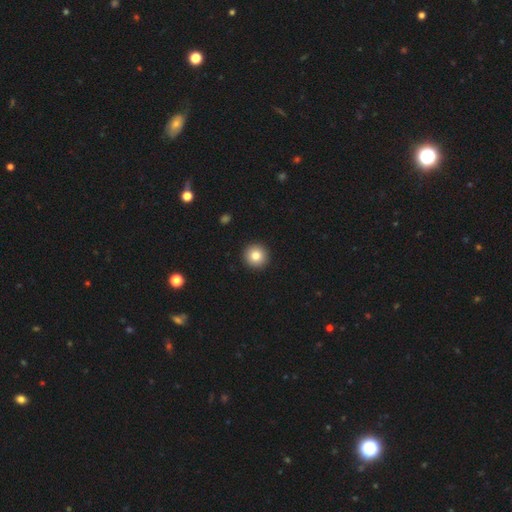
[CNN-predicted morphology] This is clearly a smooth galaxy (82%). How rounded: clearly round (96%). Merging: clearly none (94%).